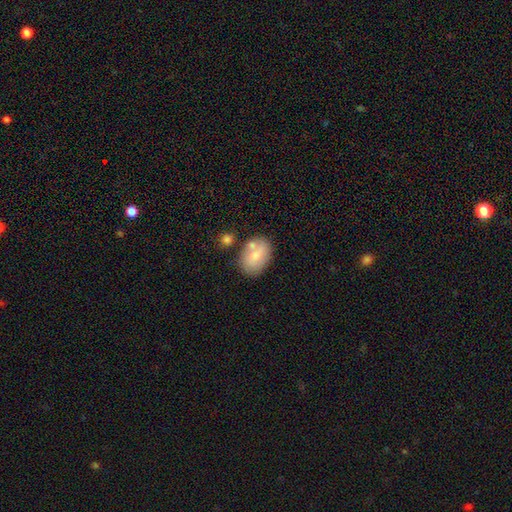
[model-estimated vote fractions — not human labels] This is likely a smooth galaxy (75%). How rounded: clearly in between (81%). Merging: likely none (62%).